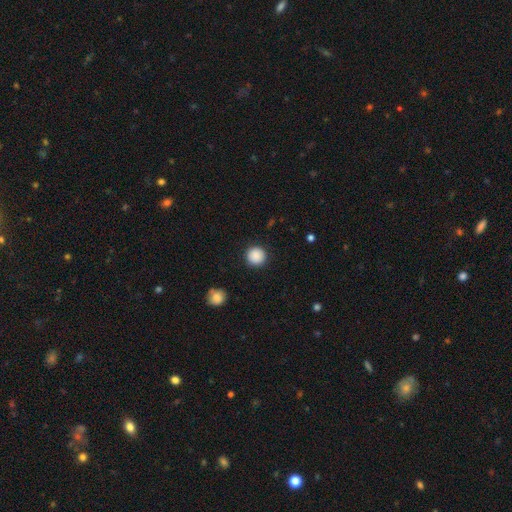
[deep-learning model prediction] smooth-or-featured: smooth: 89% | star or artifact: 8% | featured or disk: 3%
  how-rounded: round: 96% | in between: 3% | cigar-shaped: 1%
  merging: none: 91% | minor disturbance: 5% | major disturbance: 2% | merger: 1%